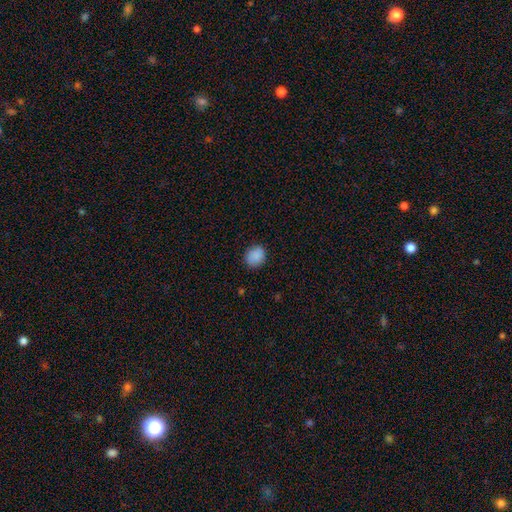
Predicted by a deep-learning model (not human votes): This is clearly a smooth galaxy (89%). How rounded: likely round (67%). Merging: clearly none (86%).